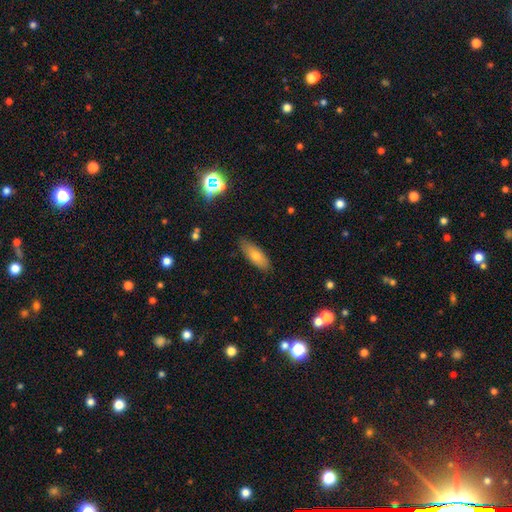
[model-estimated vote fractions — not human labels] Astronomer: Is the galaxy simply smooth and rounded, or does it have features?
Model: smooth — 71%.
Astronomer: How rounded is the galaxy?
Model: in between — 67%.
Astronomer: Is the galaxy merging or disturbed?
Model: none — 83%.